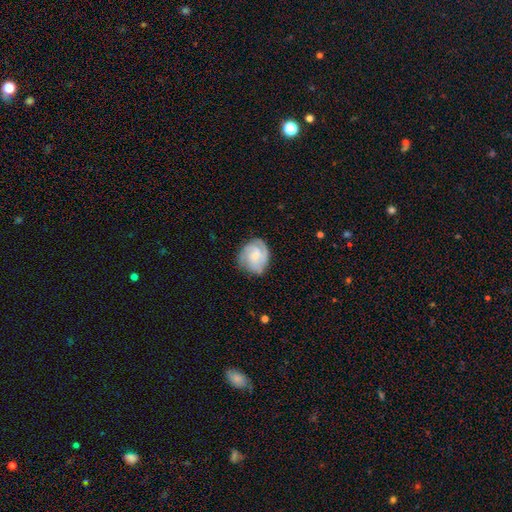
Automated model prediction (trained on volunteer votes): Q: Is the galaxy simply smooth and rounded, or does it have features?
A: featured or disk — 70%.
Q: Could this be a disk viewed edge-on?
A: no — 98%.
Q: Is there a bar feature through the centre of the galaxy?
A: no — 59%.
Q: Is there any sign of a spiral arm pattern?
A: yes — 93%.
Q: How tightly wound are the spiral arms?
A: tight — 60%.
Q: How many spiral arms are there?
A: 2 — 32%.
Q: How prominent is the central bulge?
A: small — 48%.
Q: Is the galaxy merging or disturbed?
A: none — 72%.